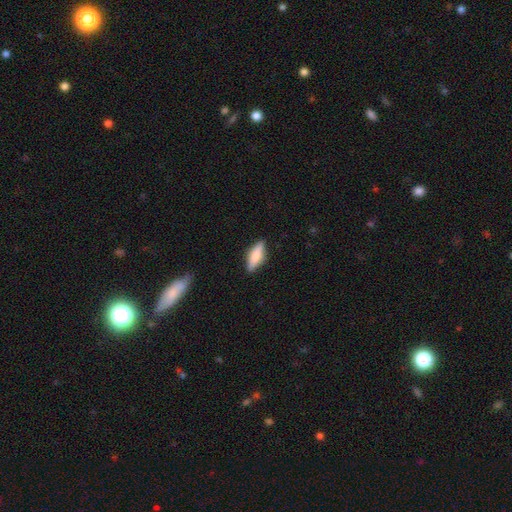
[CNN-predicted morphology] A smooth galaxy with no disk features (62%) that is in between round and cigar-shaped (52%). Merging: none (87%).